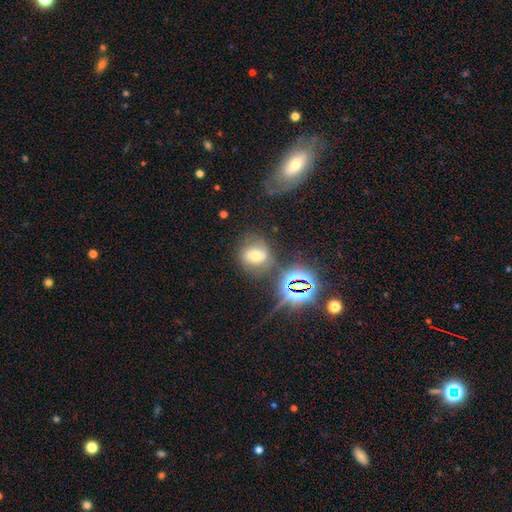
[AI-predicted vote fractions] The model was most divided on "smooth or featured": smooth: 49%, star or artifact: 27%, featured or disk: 24%. More confident: merging — none (63%).